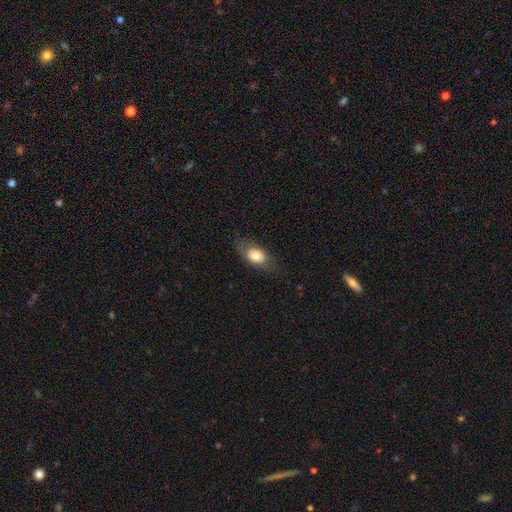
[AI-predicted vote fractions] Overall: smooth (73%). How rounded: in between (83%). Merging: none (75%).